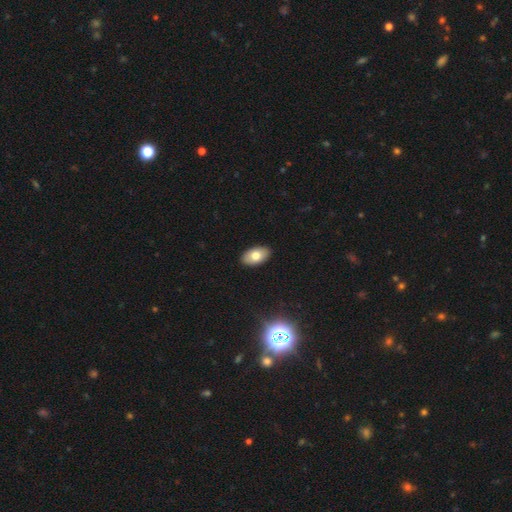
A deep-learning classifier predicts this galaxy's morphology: The model was most divided on "smooth or featured": smooth: 75%, featured or disk: 16%, star or artifact: 9%. More confident: how rounded — in between (94%); merging — none (89%).